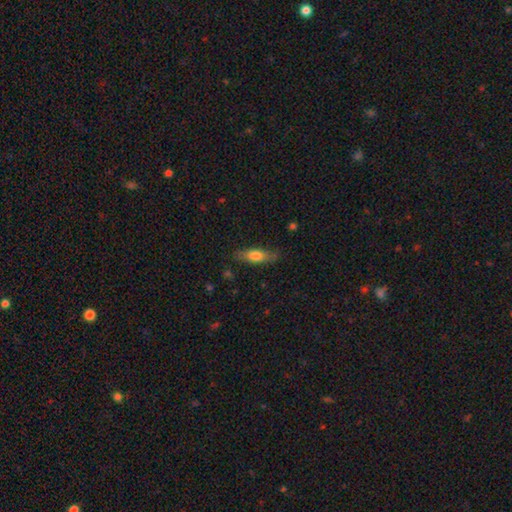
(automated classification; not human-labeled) The model was most divided on "how rounded": in between: 58%, cigar-shaped: 39%, round: 3%. More confident: merging — none (77%); smooth or featured — smooth (67%).